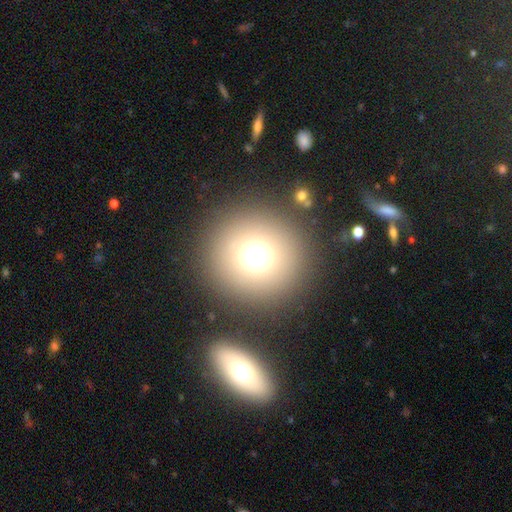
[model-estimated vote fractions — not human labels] This appears to be a smooth galaxy with no disk features (71%) that is round (95%). Merging: none (84%).